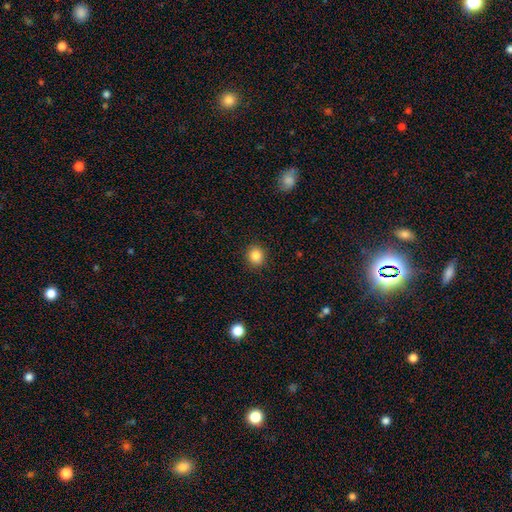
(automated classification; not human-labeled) The model was most divided on "how rounded": round: 85%, in between: 14%, cigar-shaped: 1%. More confident: merging — none (91%); smooth or featured — smooth (85%).